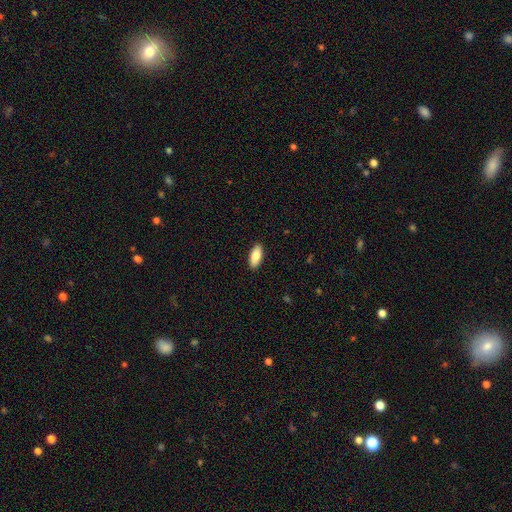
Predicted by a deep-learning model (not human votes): Smooth or featured?
  - smooth: 83% *
  - featured or disk: 11%
  - star or artifact: 6%
How rounded?
  - in between: 82% *
  - cigar-shaped: 16%
  - round: 2%
Merging?
  - none: 90% *
  - minor disturbance: 7%
  - major disturbance: 2%
  - merger: 1%